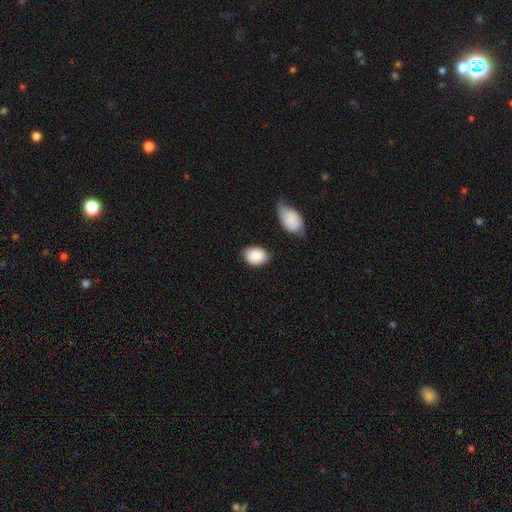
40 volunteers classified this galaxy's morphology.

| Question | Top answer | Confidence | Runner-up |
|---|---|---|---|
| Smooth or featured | smooth | 92% | star or artifact (5%) |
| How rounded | in between | 73% | round (27%) |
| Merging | none | 55% | minor disturbance (34%) |